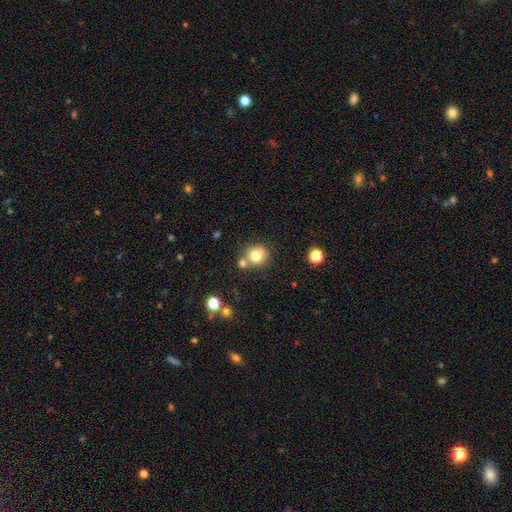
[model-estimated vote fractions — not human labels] This is likely a smooth galaxy (76%). How rounded: clearly round (85%). Merging: likely none (63%).